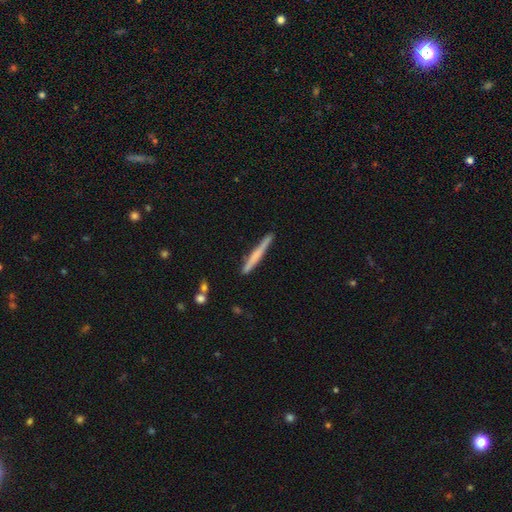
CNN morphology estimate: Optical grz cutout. It shows a smooth galaxy with no disk features (53%) that is cigar-shaped (96%). Merging: none (86%).